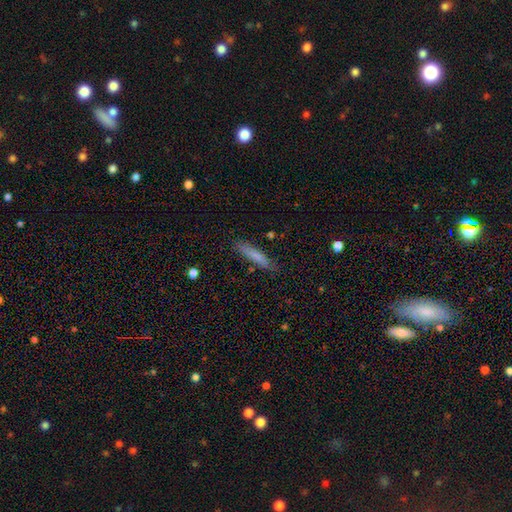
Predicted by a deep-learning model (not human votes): A smooth galaxy with no disk features (75%) that is cigar-shaped (90%). Merging: none (83%).